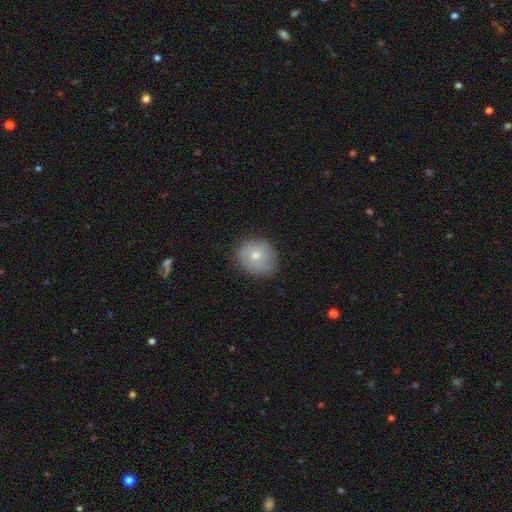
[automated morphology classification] The model was most divided on "smooth or featured": smooth: 63%, featured or disk: 29%, star or artifact: 8%. More confident: how rounded — round (76%); merging — none (76%).